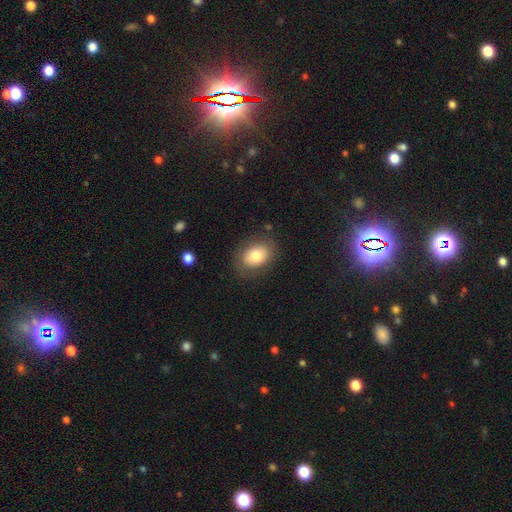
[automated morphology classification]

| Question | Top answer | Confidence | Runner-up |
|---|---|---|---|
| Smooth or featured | smooth | 77% | featured or disk (15%) |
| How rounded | in between | 74% | round (25%) |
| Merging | none | 81% | minor disturbance (13%) |